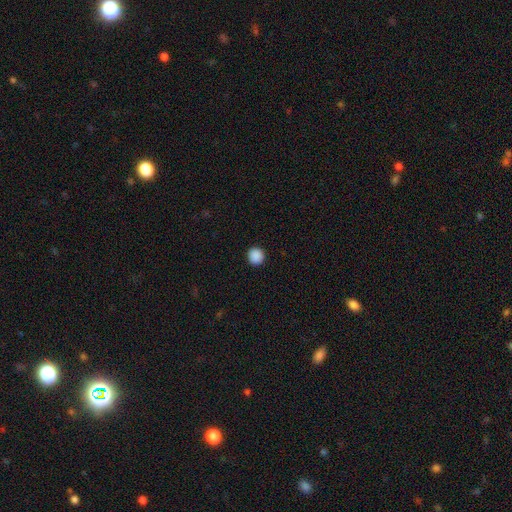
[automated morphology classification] Q: Smooth or featured?
A: smooth (89%); runner-up: star or artifact (9%)
Q: How rounded?
A: round (93%); runner-up: in between (6%)
Q: Merging?
A: none (93%); runner-up: minor disturbance (4%)